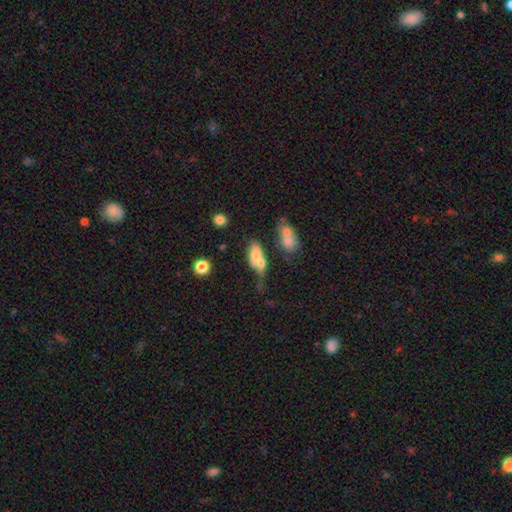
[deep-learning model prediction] smooth_or_featured: smooth (p=0.60) [alt: featured or disk p=0.30]
how_rounded: in between (p=0.83) [alt: cigar-shaped p=0.08]
merging: merger (p=0.52) [alt: none p=0.21]